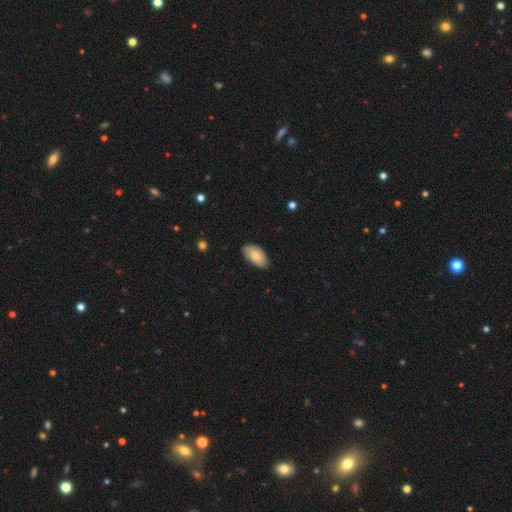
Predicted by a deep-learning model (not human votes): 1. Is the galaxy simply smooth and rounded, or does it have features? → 77% smooth, 17% featured or disk, 6% star or artifact.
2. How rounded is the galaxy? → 95% in between, 4% round, 2% cigar-shaped.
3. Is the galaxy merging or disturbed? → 80% none, 16% minor disturbance, 2% major disturbance, 1% merger.